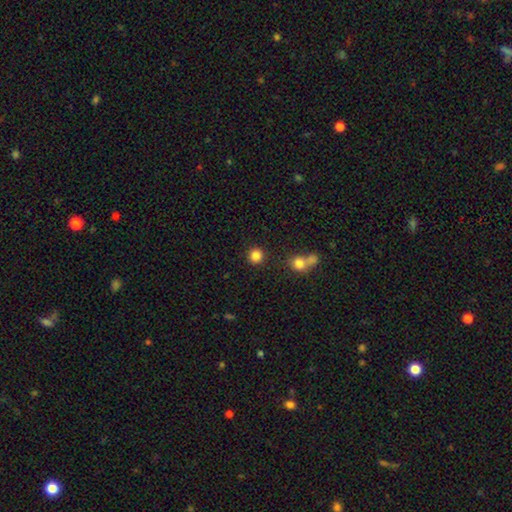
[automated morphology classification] Overall: smooth (85%). How rounded: round (92%). Merging: none (87%).